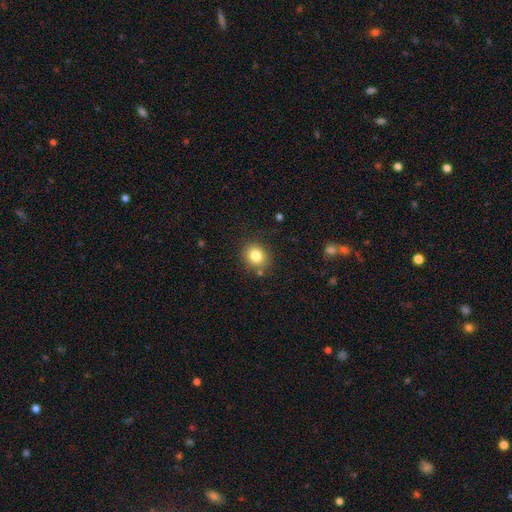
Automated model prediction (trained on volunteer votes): A smooth galaxy with no disk features (82%) that is round (72%).

Vote fractions:
- Smooth or featured? smooth: 82% / star or artifact: 11% / featured or disk: 8%
- How rounded? round: 72% / in between: 27% / cigar-shaped: 1%
- Merging? none: 84% / minor disturbance: 10% / major disturbance: 3% / merger: 3%